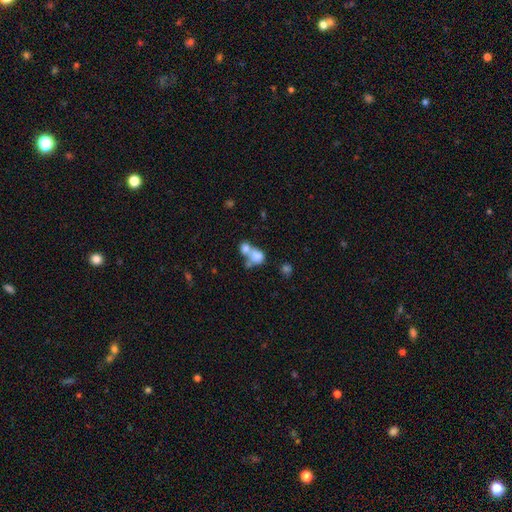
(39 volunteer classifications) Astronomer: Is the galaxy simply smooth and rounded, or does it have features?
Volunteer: smooth — 79%.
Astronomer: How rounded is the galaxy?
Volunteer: round — 58% (runner-up: in between, 39%).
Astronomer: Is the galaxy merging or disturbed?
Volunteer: merger — 68%.